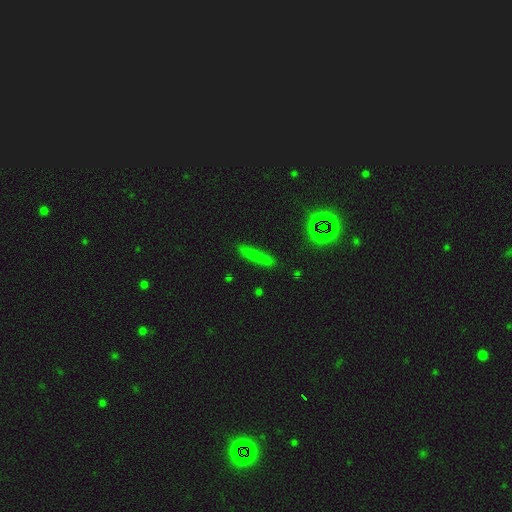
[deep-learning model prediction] smooth 67%, star or artifact 17%, featured or disk 16%. Down the decision tree: how rounded — cigar-shaped (89%); merging — none (84%).